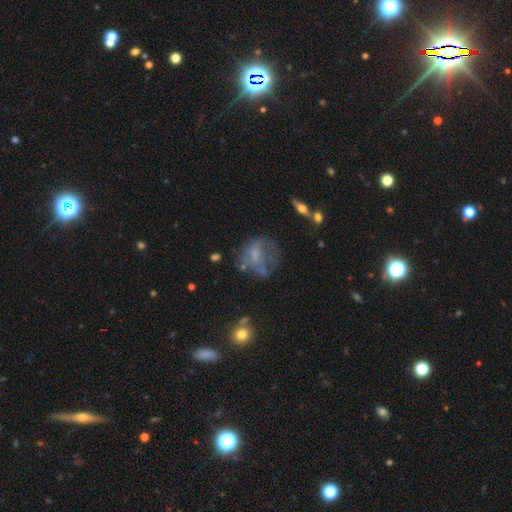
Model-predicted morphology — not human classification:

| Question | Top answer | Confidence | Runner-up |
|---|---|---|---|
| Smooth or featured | featured or disk | 43% | smooth (42%) |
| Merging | none | 44% | major disturbance (27%) |